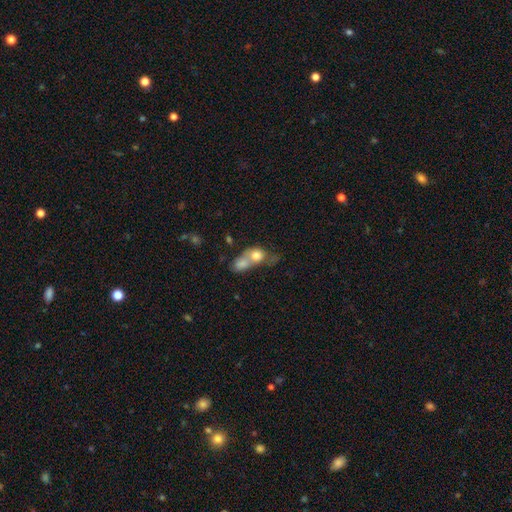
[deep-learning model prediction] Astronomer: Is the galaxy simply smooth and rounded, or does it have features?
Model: smooth — 73%.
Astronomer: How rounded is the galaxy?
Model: round — 49% (runner-up: in between, 46%).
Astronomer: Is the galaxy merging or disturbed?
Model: merger — 71%.